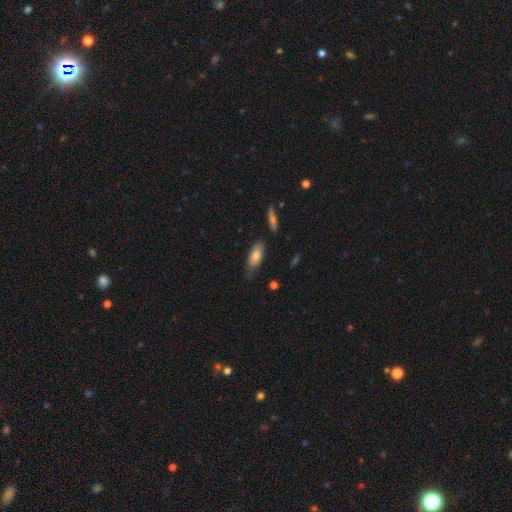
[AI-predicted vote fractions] Smooth or featured? smooth (74%)
How rounded? in between (78%)
Merging? none (64%)